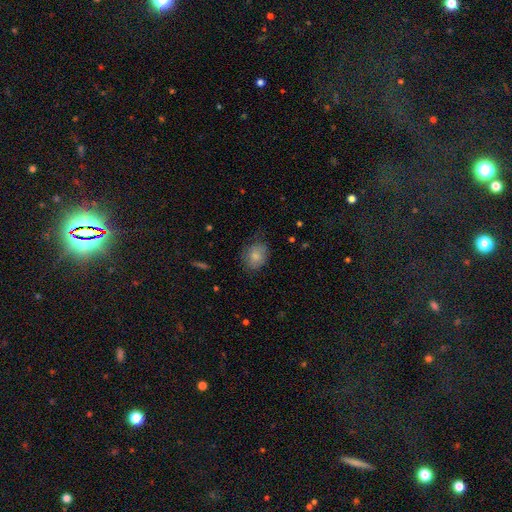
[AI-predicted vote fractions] A smooth galaxy with no disk features (81%) that is round (55%). Merging: none (66%).